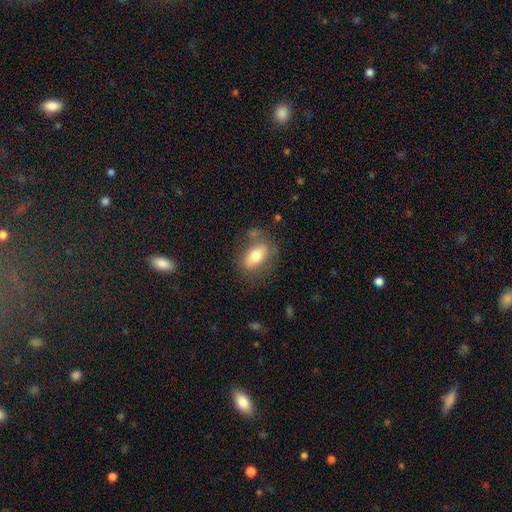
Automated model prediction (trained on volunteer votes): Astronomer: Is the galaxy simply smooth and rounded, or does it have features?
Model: smooth — 70%.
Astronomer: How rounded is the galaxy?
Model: in between — 85%.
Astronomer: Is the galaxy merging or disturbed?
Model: none — 67%.